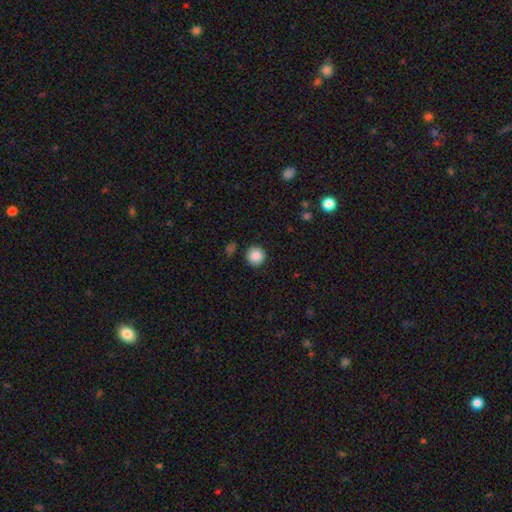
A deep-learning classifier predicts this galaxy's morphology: The model was most divided on "smooth or featured": smooth: 88%, star or artifact: 9%, featured or disk: 3%. More confident: how rounded — round (94%); merging — none (89%).